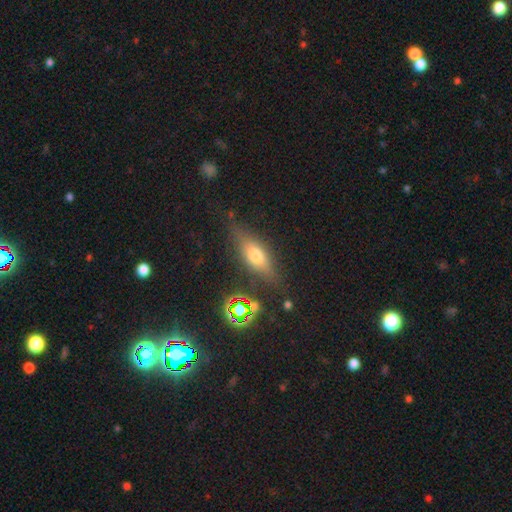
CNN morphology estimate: smooth-or-featured: smooth: 50% | featured or disk: 35% | star or artifact: 15%
  merging: none: 77% | minor disturbance: 15% | major disturbance: 5% | merger: 3%